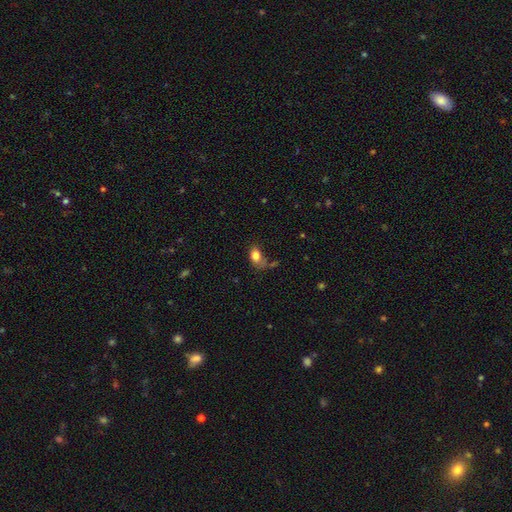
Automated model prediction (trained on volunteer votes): Smooth or featured: smooth — 81% (featured or disk — 10%)
How rounded: in between — 80% (round — 18%)
Merging: none — 46% (minor disturbance — 27%)